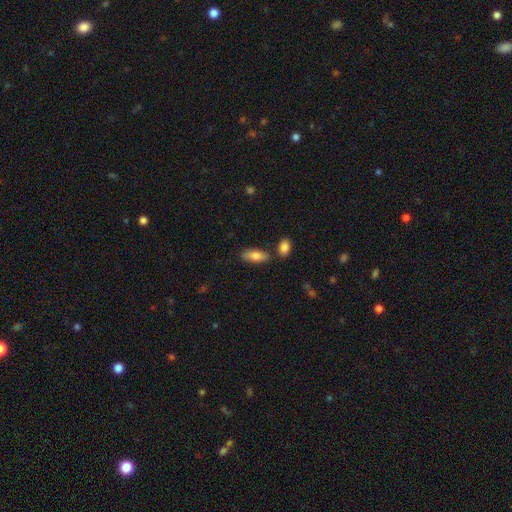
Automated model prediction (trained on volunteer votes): smooth 81%, featured or disk 13%, star or artifact 6%. Down the decision tree: how rounded — in between (76%); merging — none (76%).